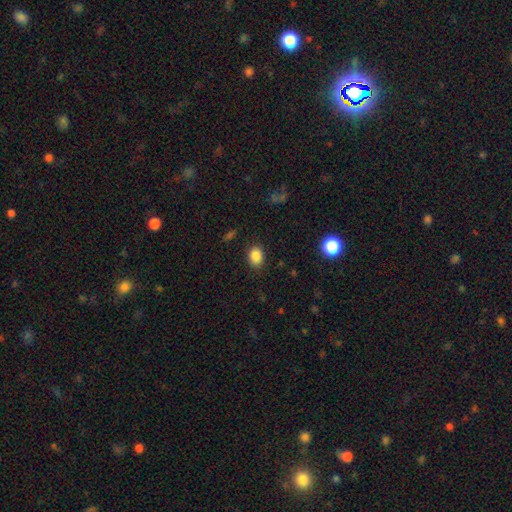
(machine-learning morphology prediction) A smooth galaxy with no disk features (86%) that is in between round and cigar-shaped (60%).

Vote fractions:
- Smooth or featured? smooth: 86% / star or artifact: 10% / featured or disk: 4%
- How rounded? in between: 60% / round: 39% / cigar-shaped: 1%
- Merging? none: 86% / minor disturbance: 10% / major disturbance: 3% / merger: 1%